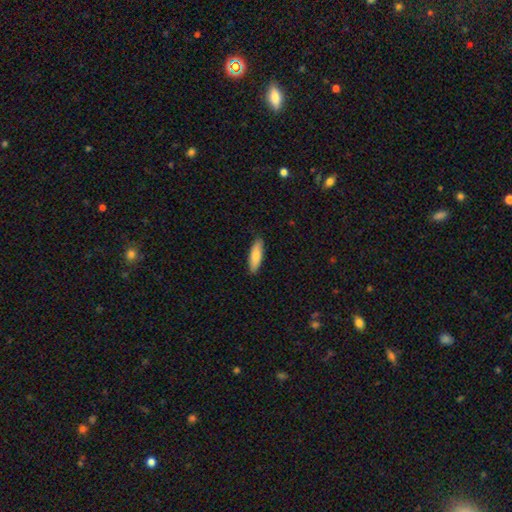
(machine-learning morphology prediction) smooth_or_featured: smooth (p=0.79) [alt: featured or disk p=0.15]
how_rounded: in between (p=0.50) [alt: cigar-shaped p=0.48]
merging: none (p=0.88) [alt: minor disturbance p=0.09]